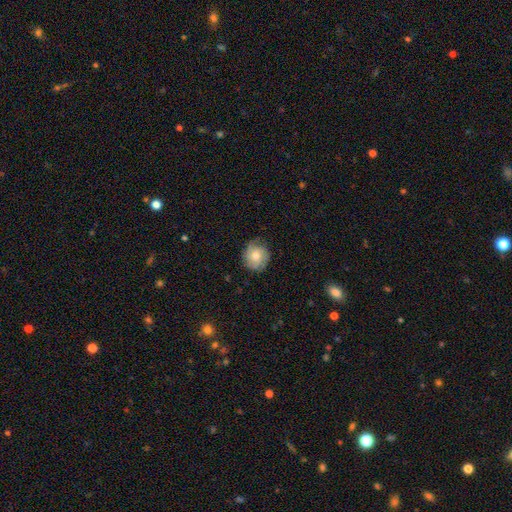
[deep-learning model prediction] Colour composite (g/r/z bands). It shows a featured or disk galaxy (53%) with no bar (76%), spiral arms (86%) and a moderate central bulge (64%). Merging: none (77%).